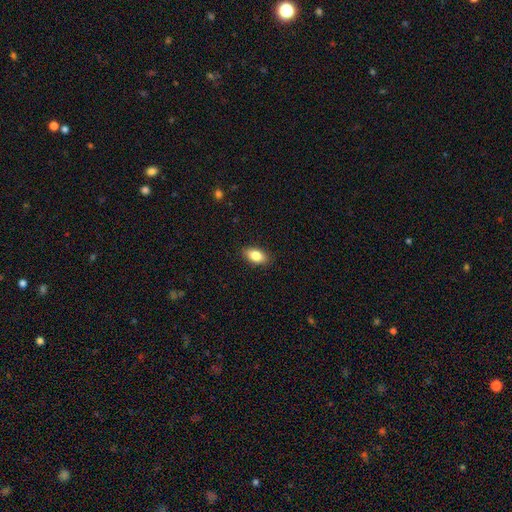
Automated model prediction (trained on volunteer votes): smooth-or-featured: smooth: 83% | featured or disk: 10% | star or artifact: 7%
  how-rounded: in between: 90% | round: 6% | cigar-shaped: 5%
  merging: none: 88% | minor disturbance: 9% | major disturbance: 2% | merger: 1%